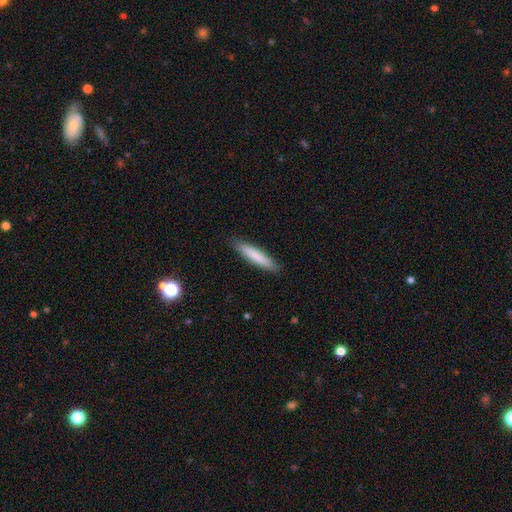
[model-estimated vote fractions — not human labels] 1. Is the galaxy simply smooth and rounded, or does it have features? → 81% smooth, 13% featured or disk, 6% star or artifact.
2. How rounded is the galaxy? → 89% cigar-shaped, 10% in between, 1% round.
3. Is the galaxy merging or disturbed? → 89% none, 8% minor disturbance, 2% major disturbance, 1% merger.